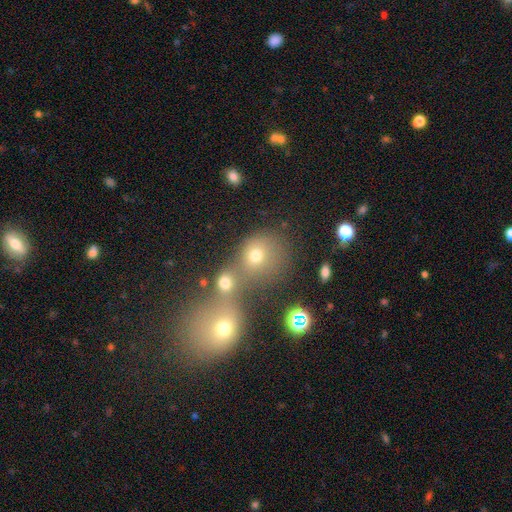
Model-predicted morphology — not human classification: type=smooth (66%); roundness=round (81%); merging=merger (47%).